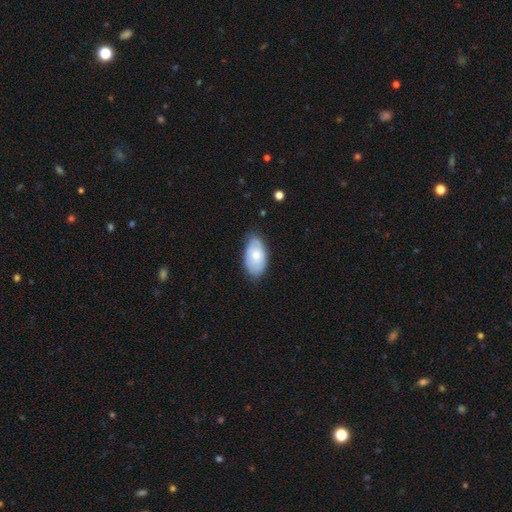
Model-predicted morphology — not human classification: smooth_or_featured: smooth (p=0.68) [alt: featured or disk p=0.26]
how_rounded: in between (p=0.94) [alt: round p=0.04]
merging: none (p=0.72) [alt: minor disturbance p=0.23]